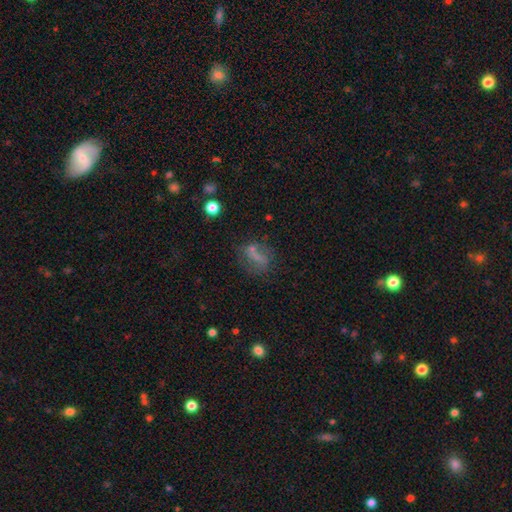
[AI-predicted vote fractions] smooth_or_featured: smooth (p=0.49) [alt: featured or disk p=0.32]
merging: none (p=0.55) [alt: minor disturbance p=0.20]